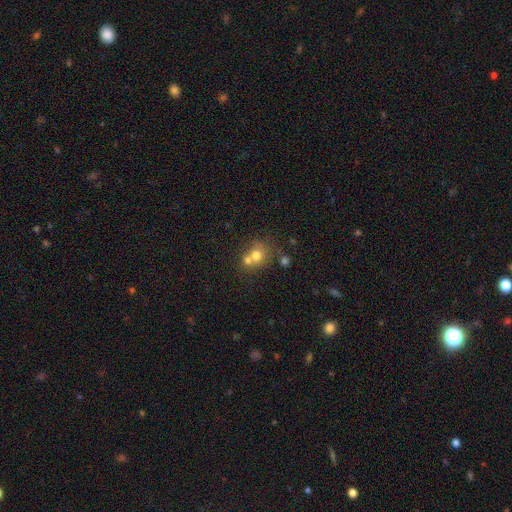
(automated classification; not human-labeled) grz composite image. It shows a smooth galaxy with no disk features (69%) that is round (75%). Merging: merger (53%).